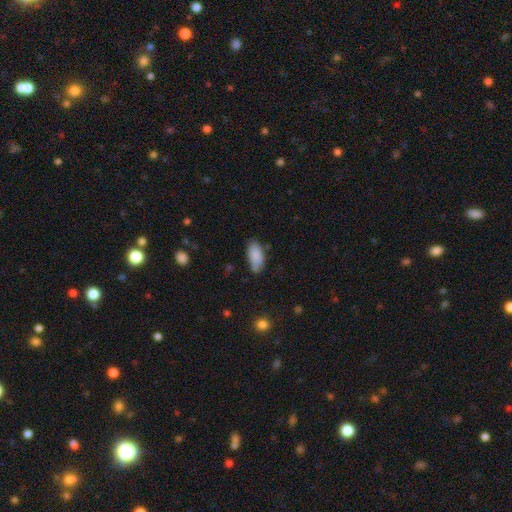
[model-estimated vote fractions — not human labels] Q: Smooth or featured?
A: smooth (87%); runner-up: star or artifact (7%)
Q: How rounded?
A: in between (90%); runner-up: cigar-shaped (8%)
Q: Merging?
A: none (68%); runner-up: minor disturbance (23%)